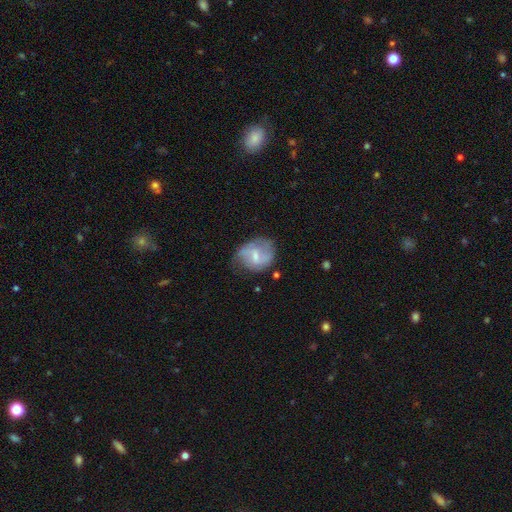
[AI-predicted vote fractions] Q: Smooth or featured?
A: featured or disk (54%); runner-up: smooth (39%)
Q: Edge-on disk?
A: no (97%); runner-up: yes (3%)
Q: Bar?
A: weak (57%); runner-up: no (27%)
Q: Spiral arms?
A: yes (71%); runner-up: no (29%)
Q: Bulge size?
A: small (46%); runner-up: moderate (38%)
Q: Merging?
A: none (50%); runner-up: minor disturbance (32%)